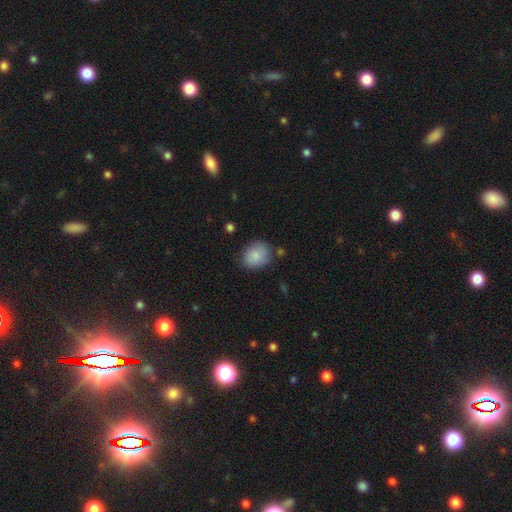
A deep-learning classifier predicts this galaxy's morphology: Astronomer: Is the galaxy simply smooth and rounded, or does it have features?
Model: smooth — 85%.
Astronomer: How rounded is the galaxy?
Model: round — 53% (runner-up: in between, 46%).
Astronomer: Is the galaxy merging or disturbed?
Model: none — 74%.